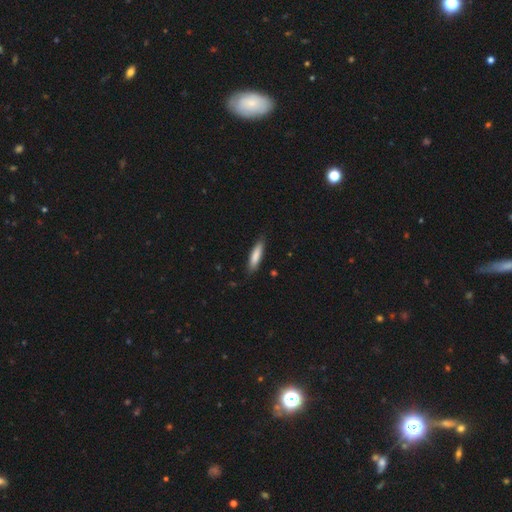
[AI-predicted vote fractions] The model was most divided on "how rounded": cigar-shaped: 77%, in between: 22%, round: 1%. More confident: merging — none (84%); smooth or featured — smooth (82%).